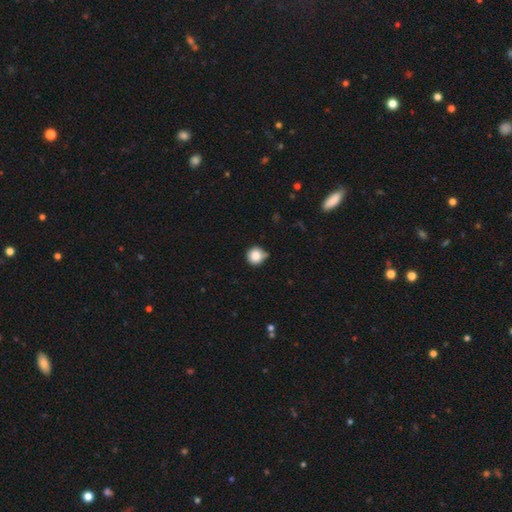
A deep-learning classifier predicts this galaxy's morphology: A smooth galaxy with no disk features (84%) that is round (94%).

Vote fractions:
- Smooth or featured? smooth: 84% / star or artifact: 11% / featured or disk: 6%
- How rounded? round: 94% / in between: 5% / cigar-shaped: 1%
- Merging? none: 65% / minor disturbance: 26% / major disturbance: 5% / merger: 4%